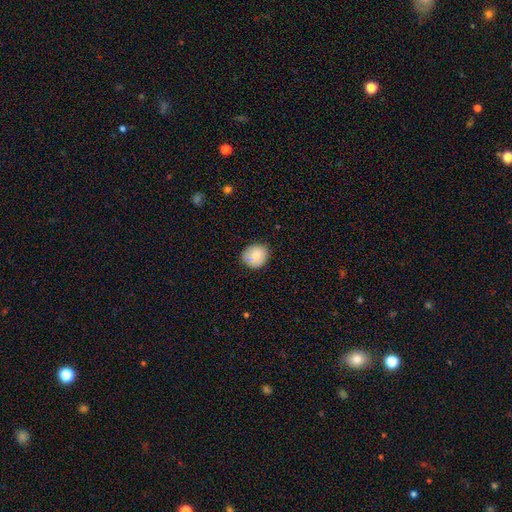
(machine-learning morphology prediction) smooth-or-featured: smooth: 79% | featured or disk: 13% | star or artifact: 8%
  how-rounded: round: 83% | in between: 16% | cigar-shaped: 1%
  merging: none: 79% | minor disturbance: 17% | major disturbance: 3% | merger: 1%